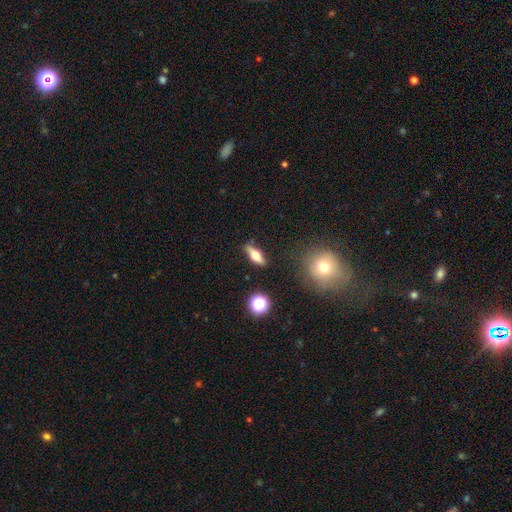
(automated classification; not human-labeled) A featured or disk galaxy (46%, tied with smooth). Merging: none (85%).